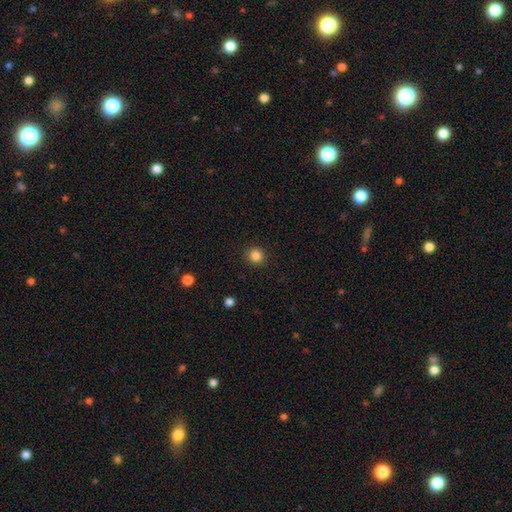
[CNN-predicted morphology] smooth 85%, star or artifact 12%, featured or disk 4%. Down the decision tree: how rounded — round (92%); merging — none (92%).